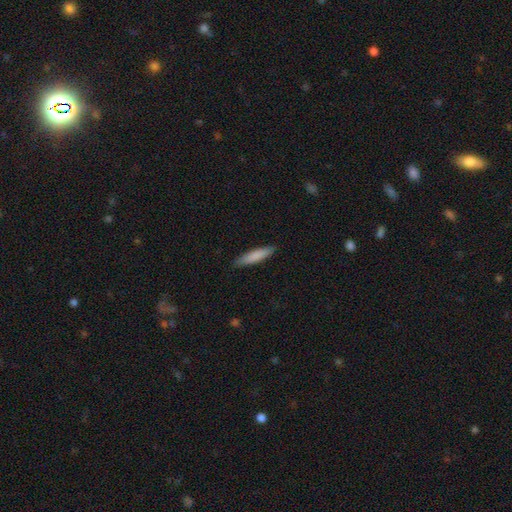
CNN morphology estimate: Overall: smooth (82%). How rounded: cigar-shaped (85%). Merging: none (88%).